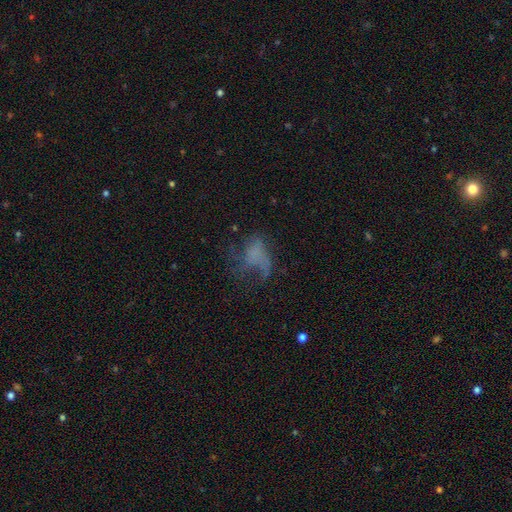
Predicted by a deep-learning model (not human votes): Morphology: type=featured or disk (42%); merging=major disturbance (47%).